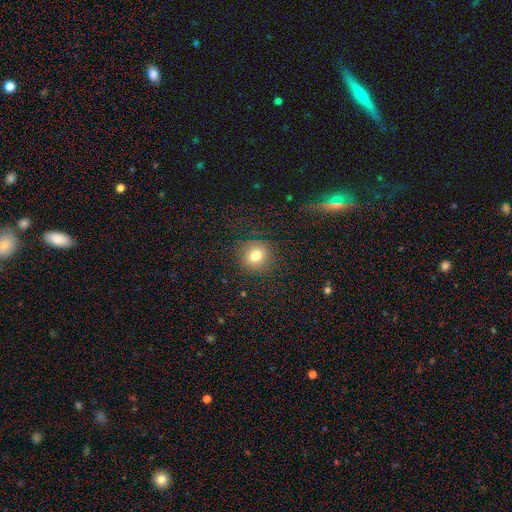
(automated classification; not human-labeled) Overall: smooth (75%). How rounded: round (89%). Merging: none (86%).